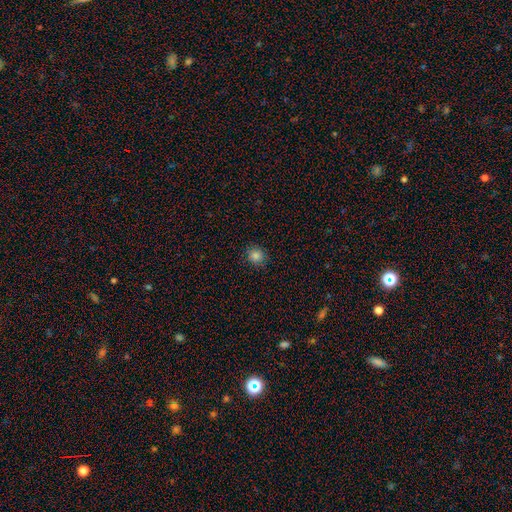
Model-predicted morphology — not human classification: smooth_or_featured: smooth (p=0.83) [alt: star or artifact p=0.12]
how_rounded: round (p=0.86) [alt: in between p=0.13]
merging: none (p=0.89) [alt: minor disturbance p=0.08]